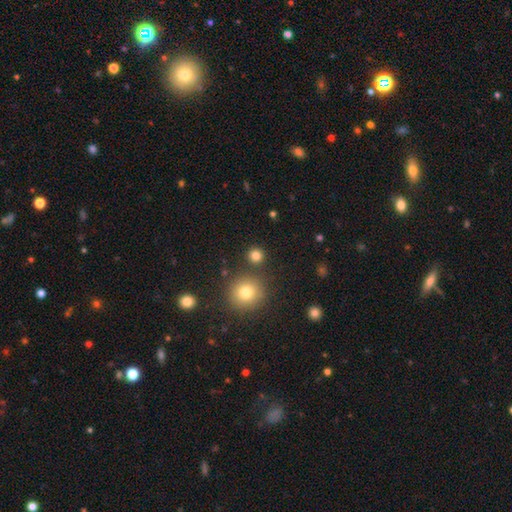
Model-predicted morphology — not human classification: Q: Smooth or featured?
A: smooth (81%); runner-up: star or artifact (14%)
Q: How rounded?
A: round (93%); runner-up: in between (6%)
Q: Merging?
A: none (86%); runner-up: minor disturbance (6%)